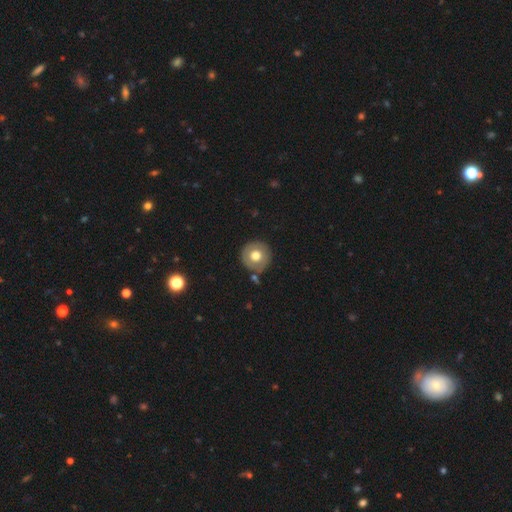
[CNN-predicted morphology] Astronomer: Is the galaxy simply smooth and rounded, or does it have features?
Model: smooth — 68%.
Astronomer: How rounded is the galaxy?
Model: round — 95%.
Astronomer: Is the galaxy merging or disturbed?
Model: none — 84%.